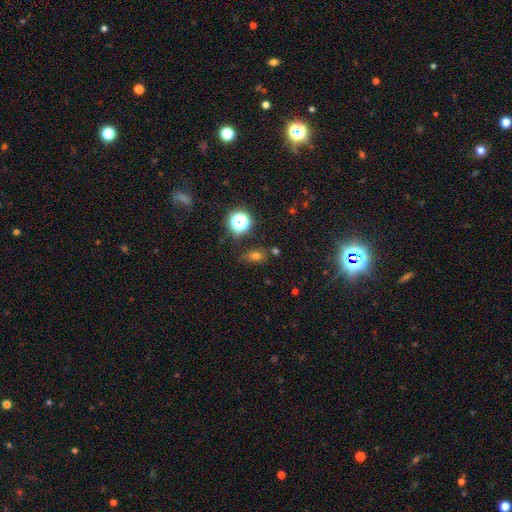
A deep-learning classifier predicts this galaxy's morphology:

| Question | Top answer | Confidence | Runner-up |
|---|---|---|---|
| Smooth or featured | smooth | 65% | star or artifact (26%) |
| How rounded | in between | 62% | round (35%) |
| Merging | none | 68% | minor disturbance (19%) |